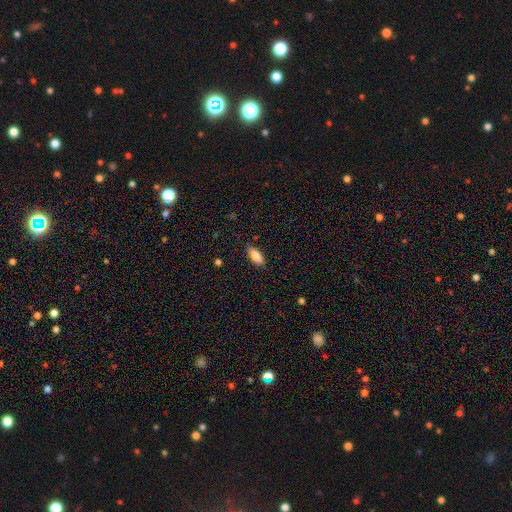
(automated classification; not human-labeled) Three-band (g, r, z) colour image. It shows a smooth galaxy with no disk features (79%) that is in between round and cigar-shaped (75%). Merging: none (85%).